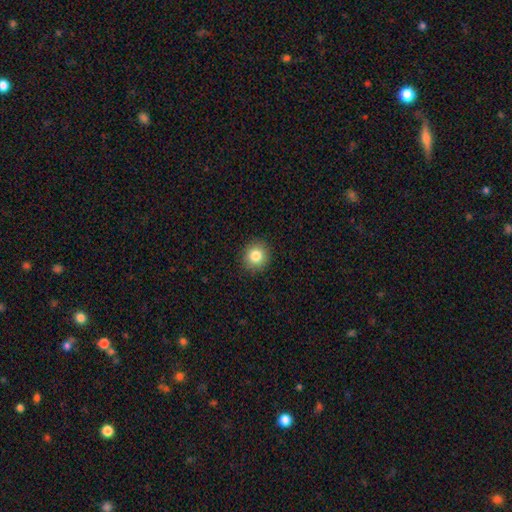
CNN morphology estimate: A smooth galaxy with no disk features (83%) that is round (89%).

Vote fractions:
- Smooth or featured? smooth: 83% / star or artifact: 10% / featured or disk: 6%
- How rounded? round: 89% / in between: 10% / cigar-shaped: 1%
- Merging? none: 91% / minor disturbance: 6% / major disturbance: 2% / merger: 1%